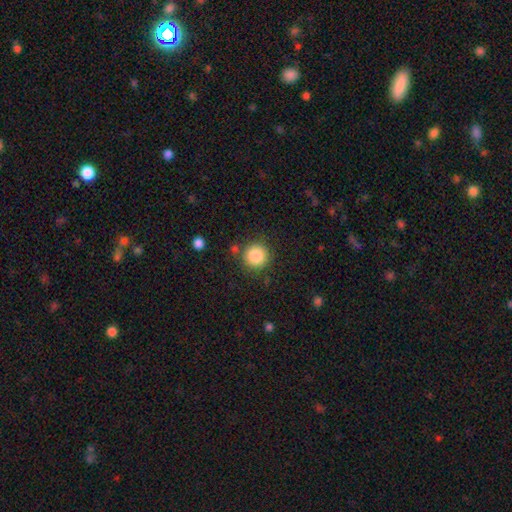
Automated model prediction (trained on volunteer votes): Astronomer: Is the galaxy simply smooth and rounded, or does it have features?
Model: smooth — 86%.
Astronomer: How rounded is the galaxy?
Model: round — 95%.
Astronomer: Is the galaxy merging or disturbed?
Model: none — 85%.